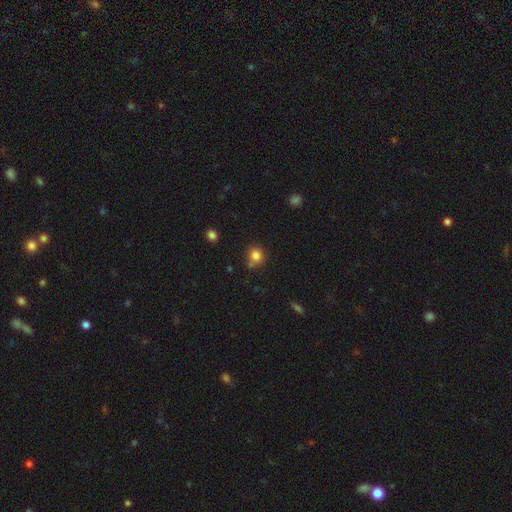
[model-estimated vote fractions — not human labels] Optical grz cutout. It shows a smooth galaxy with no disk features (82%) that is round (87%). Merging: none (69%).